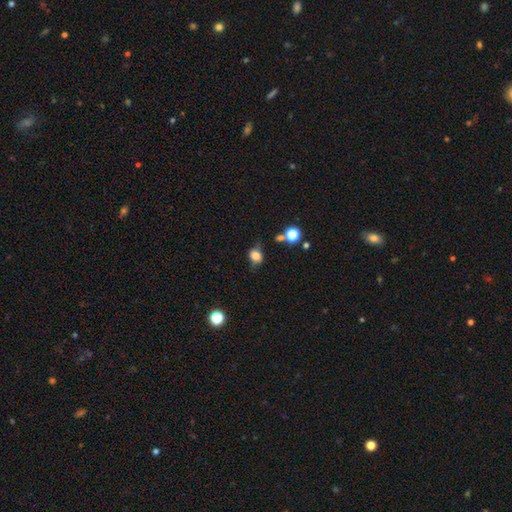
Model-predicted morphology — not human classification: type=smooth (73%); roundness=in between (49%, tied with round); merging=none (57%).